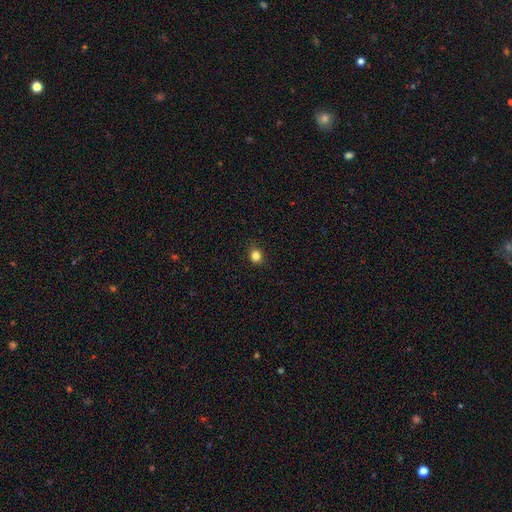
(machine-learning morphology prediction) A smooth galaxy with no disk features (83%) that is round (69%). Merging: none (87%).